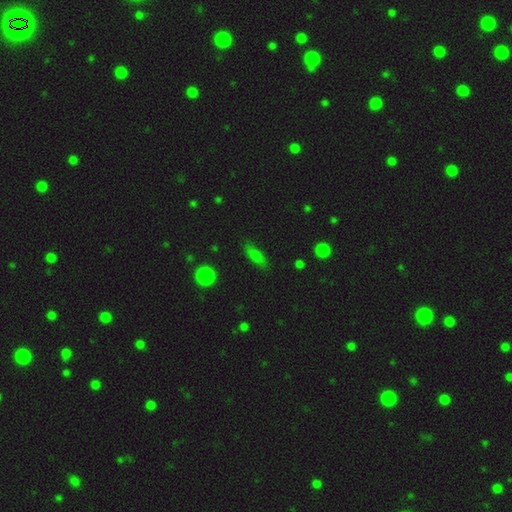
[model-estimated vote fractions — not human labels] A smooth galaxy with no disk features (75%) that is in between round and cigar-shaped (62%).

Vote fractions:
- Smooth or featured? smooth: 75% / featured or disk: 13% / star or artifact: 11%
- How rounded? in between: 62% / cigar-shaped: 33% / round: 5%
- Merging? none: 79% / minor disturbance: 15% / major disturbance: 4% / merger: 2%